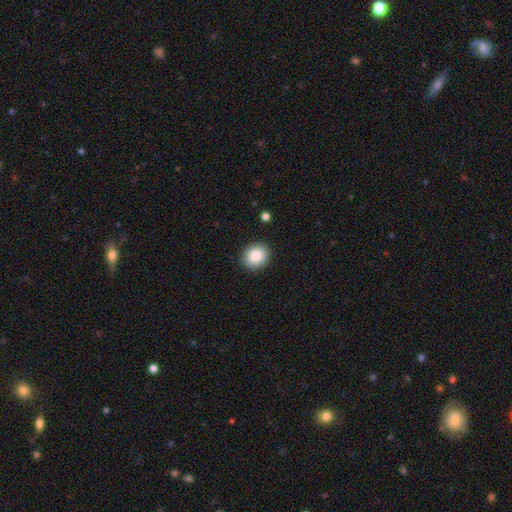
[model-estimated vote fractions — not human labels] The model was most divided on "how rounded": round: 71%, in between: 28%, cigar-shaped: 1%. More confident: merging — none (90%); smooth or featured — smooth (87%).